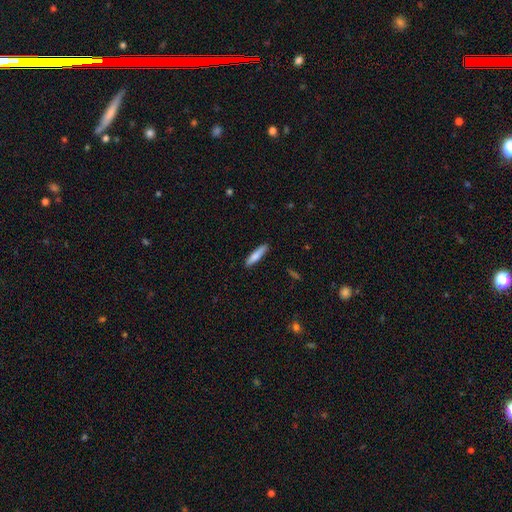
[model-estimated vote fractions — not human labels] Overall: smooth (78%). How rounded: cigar-shaped (85%). Merging: none (88%).